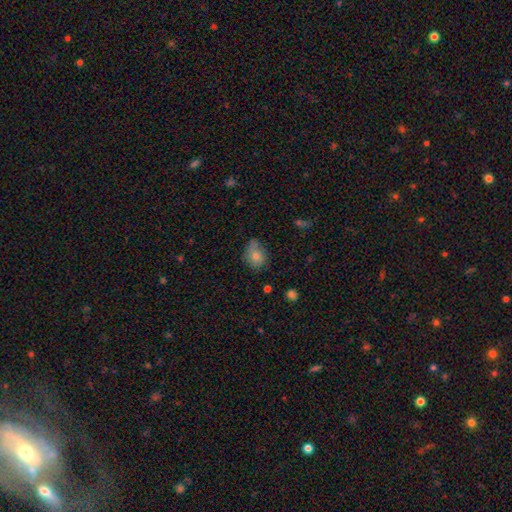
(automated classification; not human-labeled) Smooth or featured? smooth (77%)
How rounded? in between (54%)
Merging? none (58%)